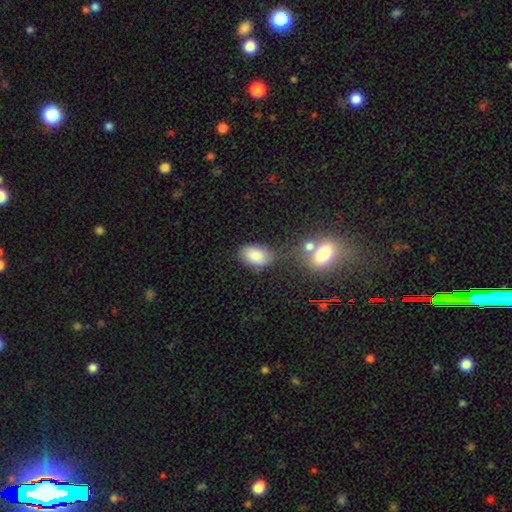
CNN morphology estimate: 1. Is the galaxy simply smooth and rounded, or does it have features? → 85% smooth, 9% star or artifact, 7% featured or disk.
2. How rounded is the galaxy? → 90% in between, 9% round, 1% cigar-shaped.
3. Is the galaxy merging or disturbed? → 60% none, 22% minor disturbance, 11% merger, 7% major disturbance.